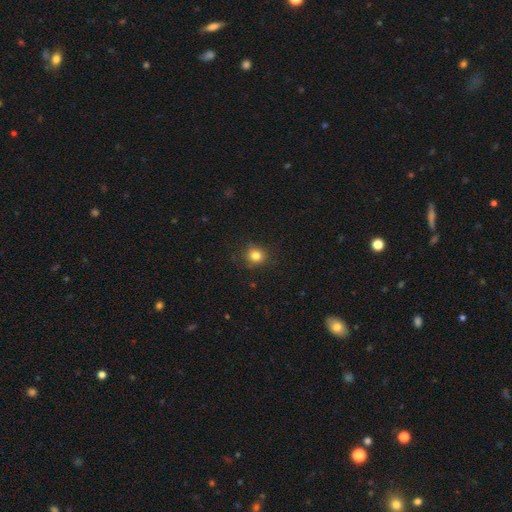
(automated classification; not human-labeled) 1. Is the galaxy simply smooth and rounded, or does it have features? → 82% smooth, 12% star or artifact, 5% featured or disk.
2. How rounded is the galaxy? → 85% round, 14% in between, 1% cigar-shaped.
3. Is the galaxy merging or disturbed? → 86% none, 10% minor disturbance, 3% major disturbance, 1% merger.